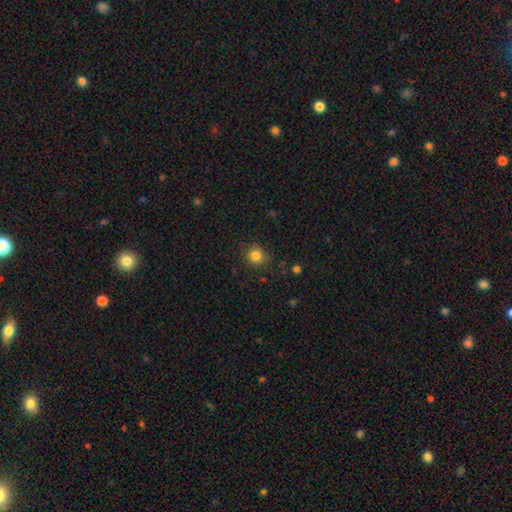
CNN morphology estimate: Smooth or featured: smooth — 83% (star or artifact — 12%)
How rounded: round — 89% (in between — 10%)
Merging: none — 81% (minor disturbance — 13%)